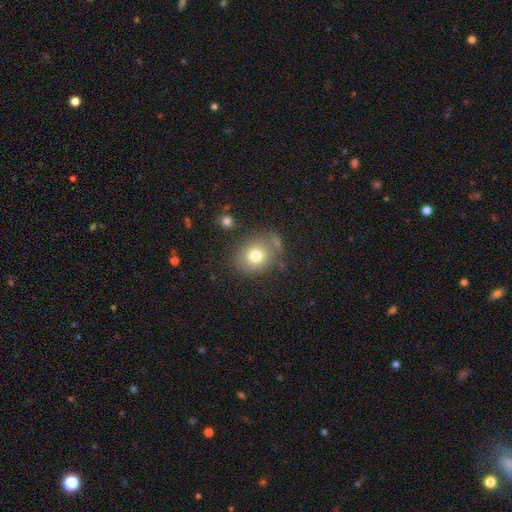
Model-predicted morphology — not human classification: The model was most divided on "how rounded": round: 62%, in between: 37%, cigar-shaped: 1%. More confident: smooth or featured — smooth (74%); merging — none (69%).